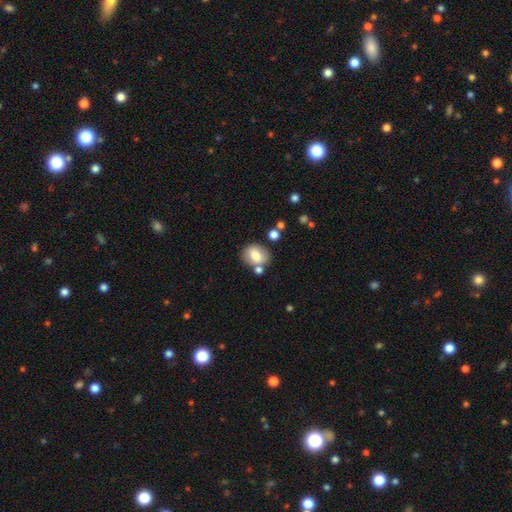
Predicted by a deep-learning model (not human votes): smooth-or-featured: smooth: 76% | featured or disk: 15% | star or artifact: 9%
  how-rounded: in between: 54% | round: 45% | cigar-shaped: 1%
  merging: none: 64% | merger: 15% | minor disturbance: 15% | major disturbance: 5%